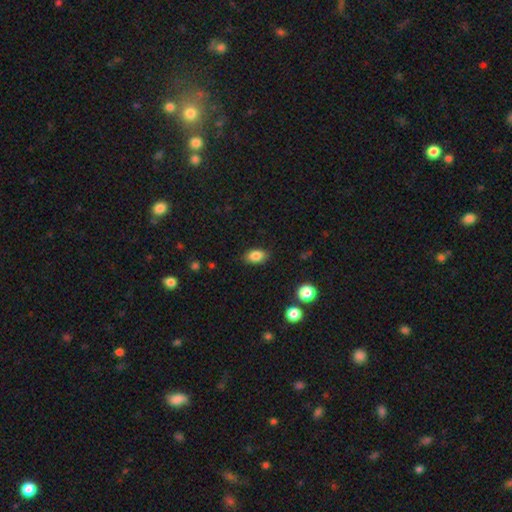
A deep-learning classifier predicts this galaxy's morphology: Smooth or featured? smooth (85%)
How rounded? in between (88%)
Merging? none (85%)